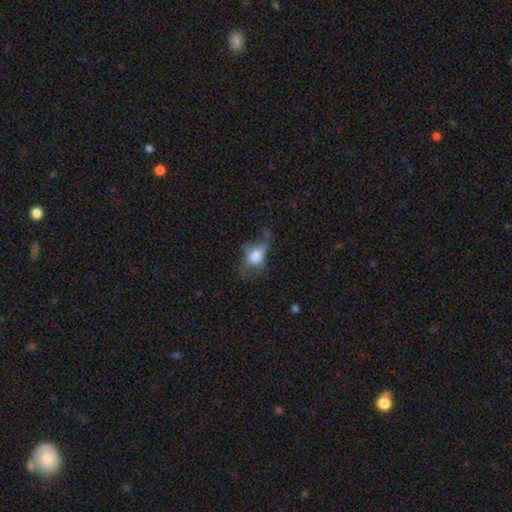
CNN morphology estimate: type=smooth (56%); roundness=in between (65%); merging=major disturbance (42%).